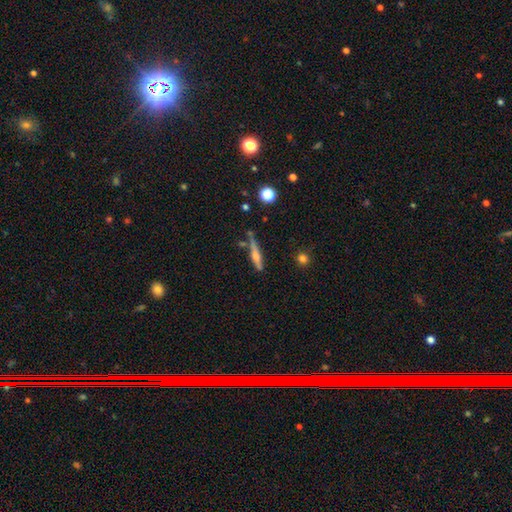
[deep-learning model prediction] This is possibly a featured or disk galaxy (55%). It is clearly viewed edge-on (94%). Edge-on bulge: likely rounded (79%). Merging: likely none (68%).